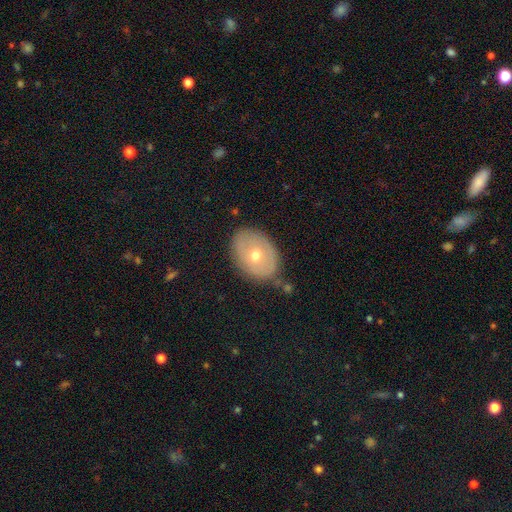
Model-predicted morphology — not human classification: Smooth or featured: smooth — 52% (featured or disk — 40%)
How rounded: in between — 75% (round — 24%)
Merging: none — 74% (minor disturbance — 18%)